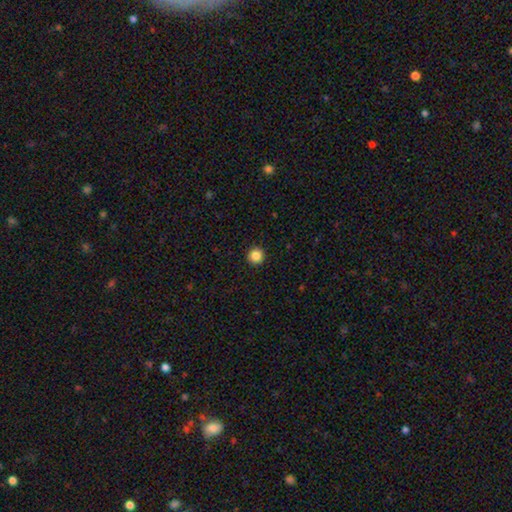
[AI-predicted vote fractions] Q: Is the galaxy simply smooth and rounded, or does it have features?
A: smooth — 85%.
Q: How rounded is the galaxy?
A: round — 96%.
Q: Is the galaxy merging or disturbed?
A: none — 94%.